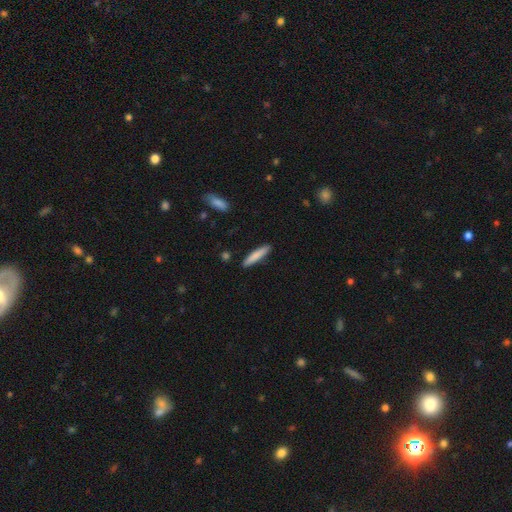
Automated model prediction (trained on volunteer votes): Smooth or featured? smooth (81%)
How rounded? cigar-shaped (90%)
Merging? none (90%)